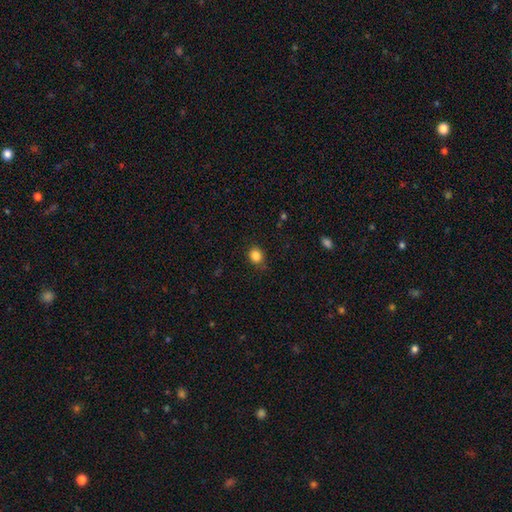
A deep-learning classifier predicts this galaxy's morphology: smooth 85%, star or artifact 11%, featured or disk 4%. Down the decision tree: how rounded — round (77%); merging — none (82%).